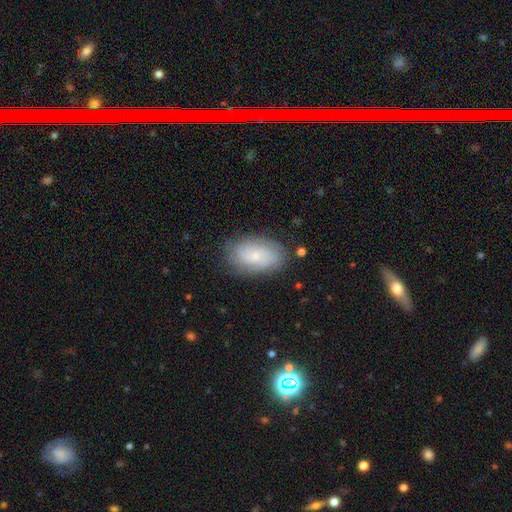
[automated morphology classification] smooth_or_featured: smooth (p=0.47) [alt: featured or disk p=0.45]
merging: none (p=0.76) [alt: minor disturbance p=0.17]